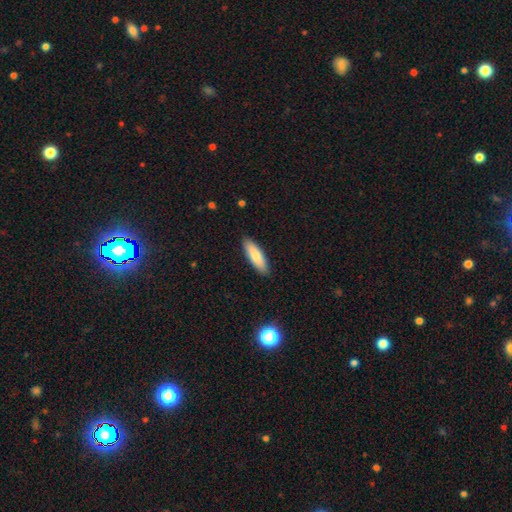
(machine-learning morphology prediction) Overall: smooth (82%). How rounded: cigar-shaped (50%; in between 48%). Merging: none (89%).